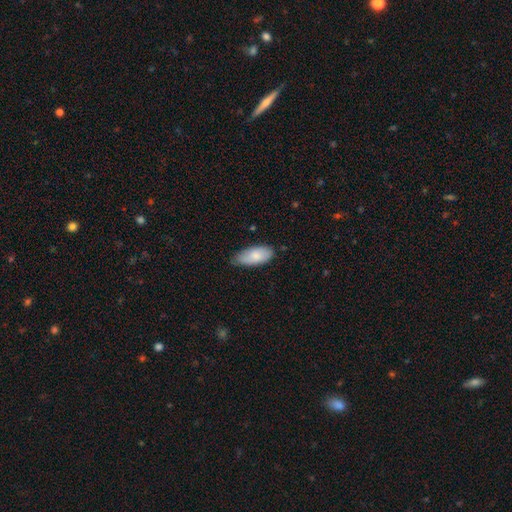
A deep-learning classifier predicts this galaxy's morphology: Smooth or featured? smooth (82%)
How rounded? in between (90%)
Merging? none (68%)